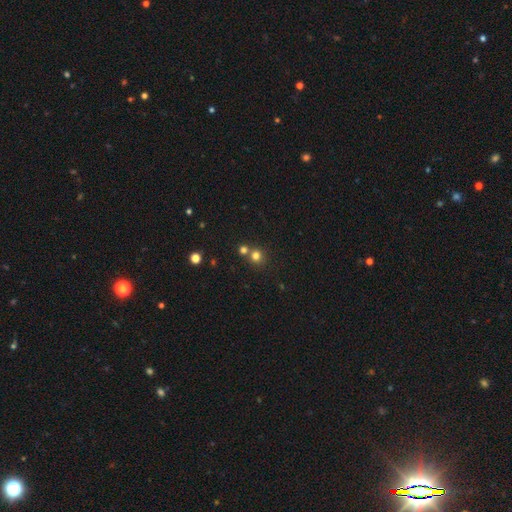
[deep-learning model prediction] This is likely a smooth galaxy (75%). How rounded: clearly round (89%). Merging: likely none (61%).